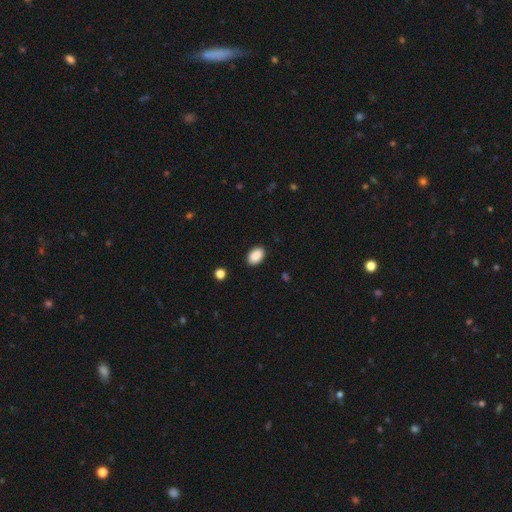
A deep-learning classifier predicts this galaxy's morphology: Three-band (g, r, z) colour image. It shows a smooth galaxy with no disk features (90%) that is in between round and cigar-shaped (89%). Merging: none (89%).